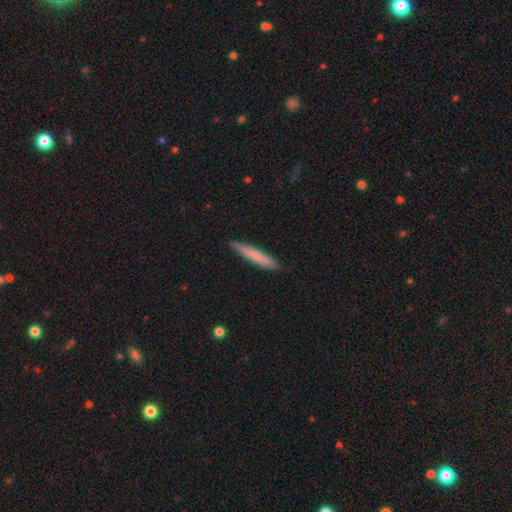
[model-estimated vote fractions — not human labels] Morphology: type=smooth (74%); roundness=cigar-shaped (94%); merging=none (89%).